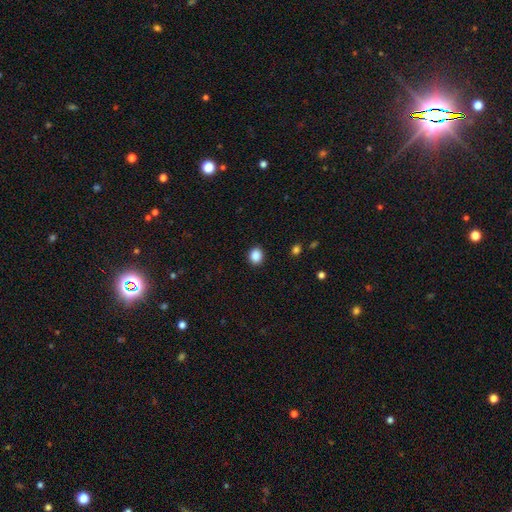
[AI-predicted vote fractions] smooth-or-featured: smooth: 88% | star or artifact: 10% | featured or disk: 3%
  how-rounded: round: 66% | in between: 33% | cigar-shaped: 1%
  merging: none: 90% | minor disturbance: 7% | major disturbance: 2% | merger: 1%